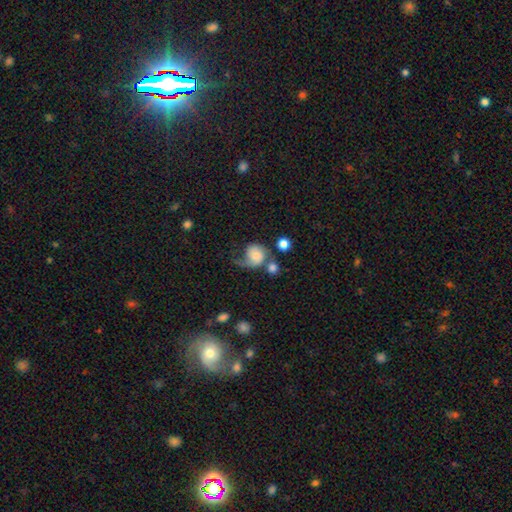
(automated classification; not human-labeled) Smooth or featured?
  - smooth: 50% *
  - featured or disk: 42%
  - star or artifact: 9%
Merging?
  - major disturbance: 31% *
  - none: 28%
  - merger: 21%
  - minor disturbance: 19%